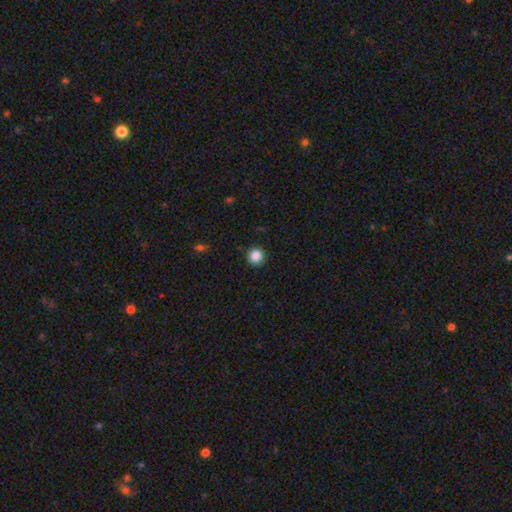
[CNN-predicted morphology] smooth_or_featured: smooth (p=0.86) [alt: star or artifact p=0.11]
how_rounded: round (p=0.95) [alt: in between p=0.04]
merging: none (p=0.92) [alt: minor disturbance p=0.05]